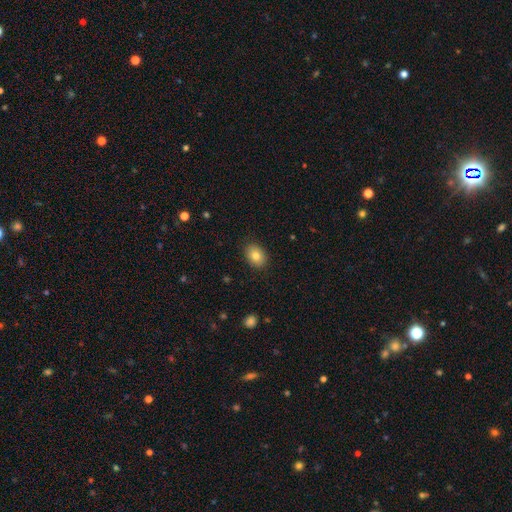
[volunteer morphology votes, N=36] Q: Smooth or featured?
A: smooth (86%); runner-up: featured or disk (11%)
Q: How rounded?
A: in between (74%); runner-up: round (26%)
Q: Merging?
A: none (86%); runner-up: minor disturbance (9%)